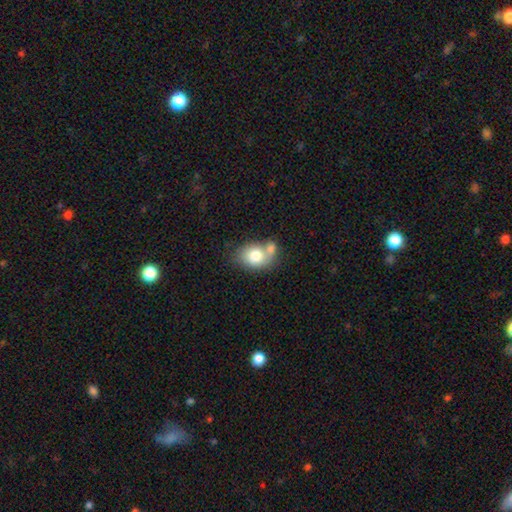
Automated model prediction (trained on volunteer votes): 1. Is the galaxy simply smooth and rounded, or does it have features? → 76% smooth, 16% featured or disk, 8% star or artifact.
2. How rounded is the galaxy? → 61% in between, 38% round, 1% cigar-shaped.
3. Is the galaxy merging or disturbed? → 44% merger, 36% none, 14% minor disturbance, 6% major disturbance.